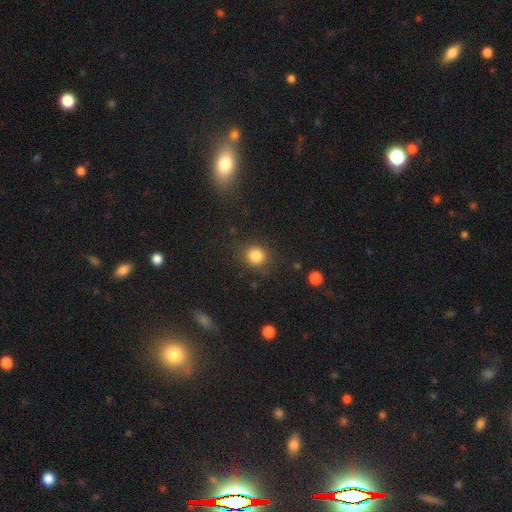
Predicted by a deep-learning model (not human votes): Morphology: type=smooth (84%); roundness=round (84%); merging=none (83%).